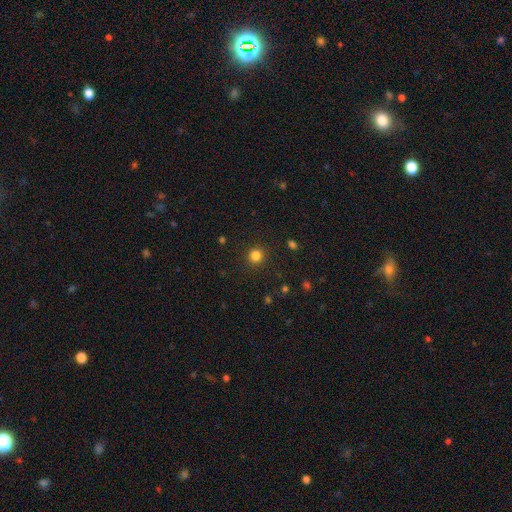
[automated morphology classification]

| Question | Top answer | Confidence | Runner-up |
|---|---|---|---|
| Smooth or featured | smooth | 82% | star or artifact (13%) |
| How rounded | round | 93% | in between (6%) |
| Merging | none | 91% | minor disturbance (5%) |